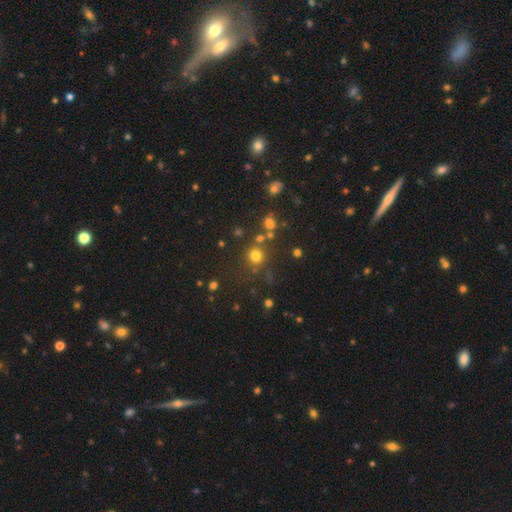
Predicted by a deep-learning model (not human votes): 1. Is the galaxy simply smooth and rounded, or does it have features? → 73% smooth, 20% star or artifact, 7% featured or disk.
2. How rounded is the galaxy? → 92% round, 7% in between, 1% cigar-shaped.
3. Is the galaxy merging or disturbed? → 76% none, 10% merger, 9% minor disturbance, 5% major disturbance.